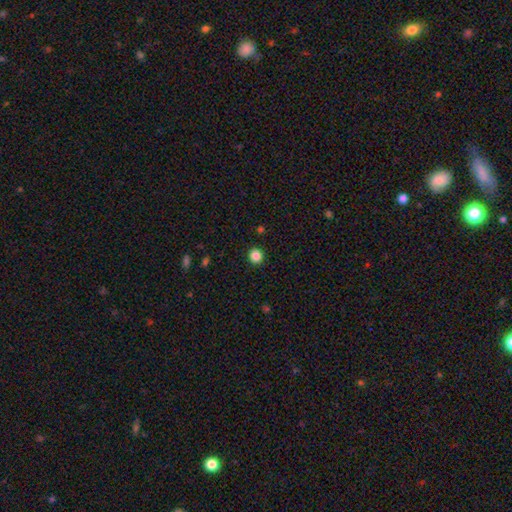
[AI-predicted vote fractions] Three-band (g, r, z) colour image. It shows a smooth galaxy with no disk features (85%) that is round (92%). Merging: none (93%).